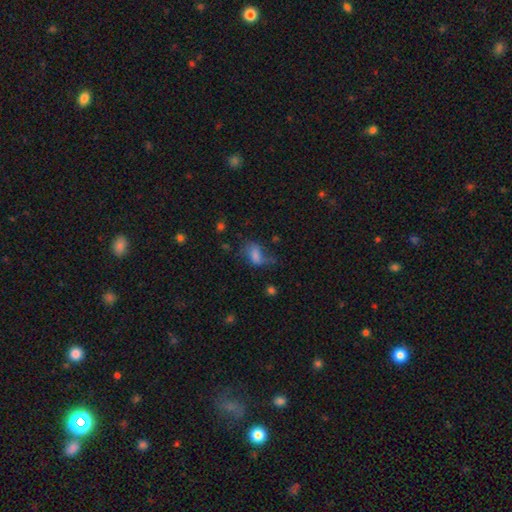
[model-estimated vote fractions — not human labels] smooth 68%, featured or disk 20%, star or artifact 12%. Down the decision tree: how rounded — in between (86%); merging — none (34%).